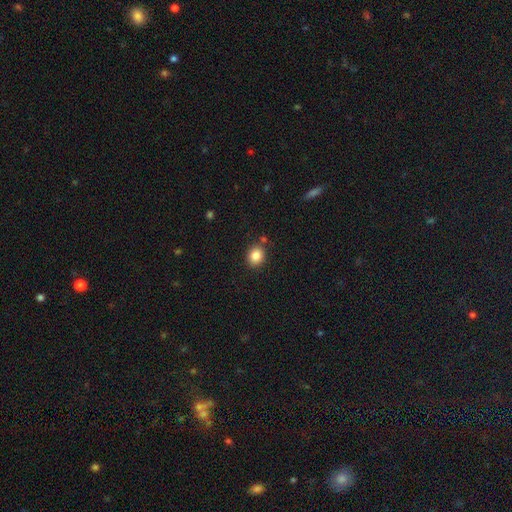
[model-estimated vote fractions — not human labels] Q: Smooth or featured?
A: smooth (86%); runner-up: star or artifact (9%)
Q: How rounded?
A: round (65%); runner-up: in between (34%)
Q: Merging?
A: none (83%); runner-up: minor disturbance (9%)